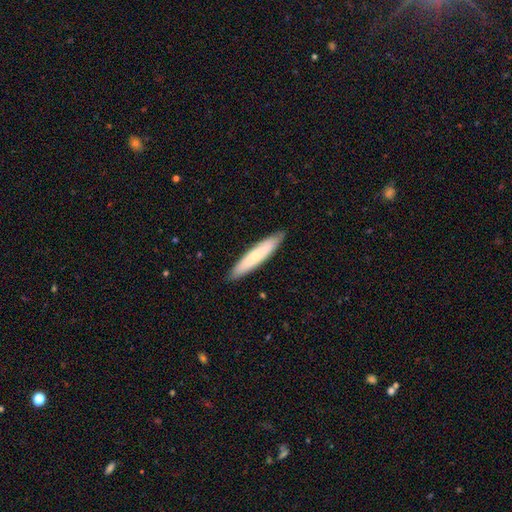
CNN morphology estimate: A smooth galaxy with no disk features (64%) that is cigar-shaped (89%).

Vote fractions:
- Smooth or featured? smooth: 64% / featured or disk: 31% / star or artifact: 5%
- How rounded? cigar-shaped: 89% / in between: 10% / round: 1%
- Merging? none: 89% / minor disturbance: 9% / major disturbance: 1% / merger: 1%